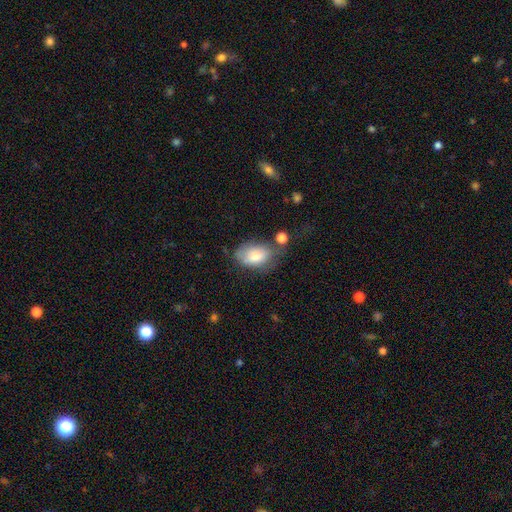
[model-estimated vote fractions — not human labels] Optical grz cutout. It shows a smooth galaxy with no disk features (74%) that is in between round and cigar-shaped (88%). Merging: none (42%).